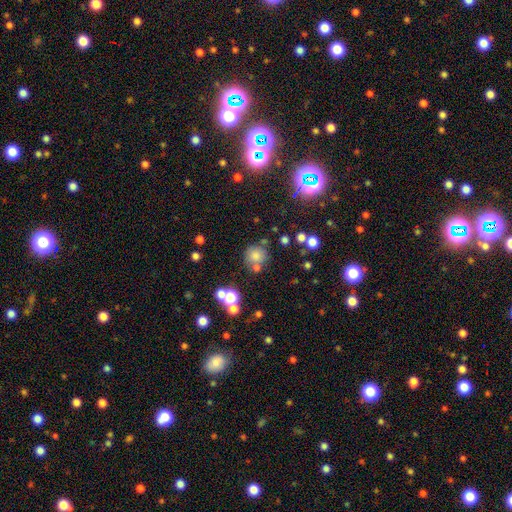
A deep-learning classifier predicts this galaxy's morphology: smooth_or_featured: smooth (p=0.73) [alt: star or artifact p=0.17]
how_rounded: round (p=0.90) [alt: in between p=0.09]
merging: none (p=0.66) [alt: merger p=0.17]